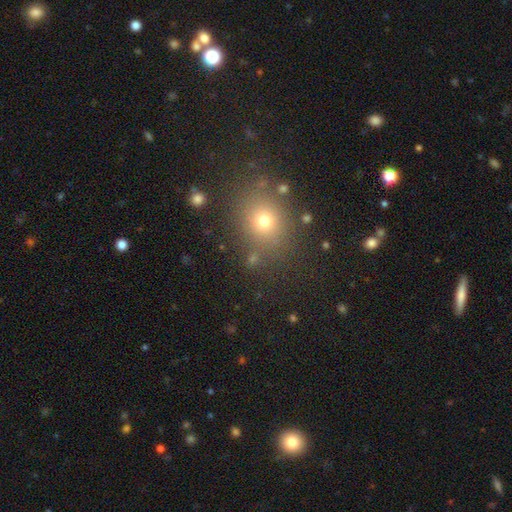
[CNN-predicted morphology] Overall: smooth (65%; star or artifact 25%). How rounded: round (69%; in between 30%). Merging: none (82%).